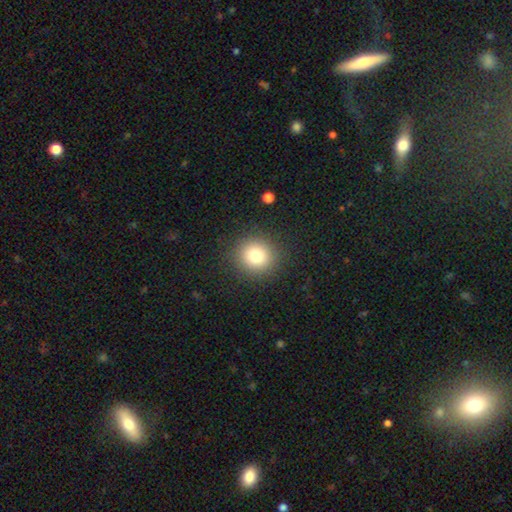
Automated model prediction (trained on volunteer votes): Q: Smooth or featured?
A: smooth (79%); runner-up: star or artifact (12%)
Q: How rounded?
A: round (90%); runner-up: in between (9%)
Q: Merging?
A: none (89%); runner-up: minor disturbance (7%)